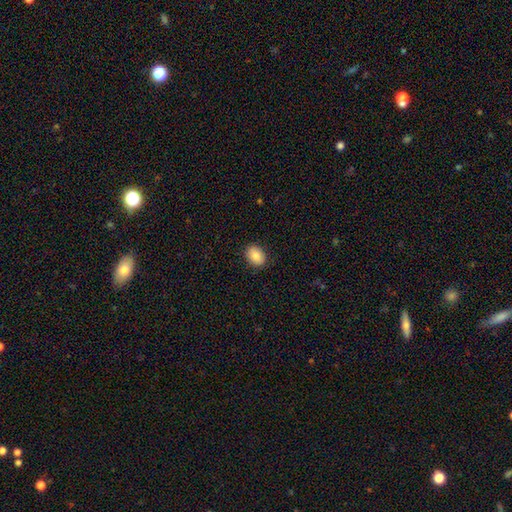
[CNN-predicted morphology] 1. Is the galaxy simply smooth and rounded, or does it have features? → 86% smooth, 8% star or artifact, 7% featured or disk.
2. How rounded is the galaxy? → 67% in between, 32% round, 1% cigar-shaped.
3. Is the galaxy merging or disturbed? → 89% none, 8% minor disturbance, 2% major disturbance, 1% merger.